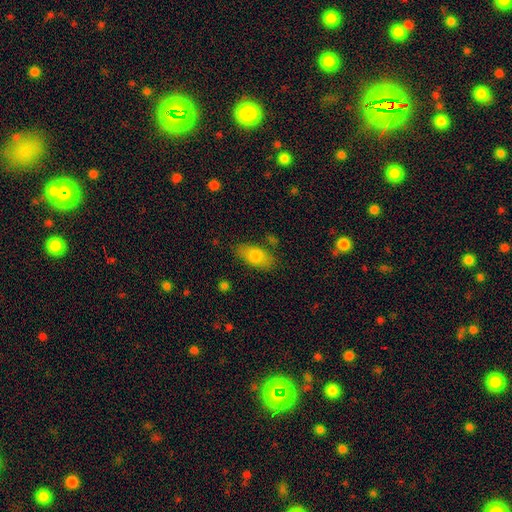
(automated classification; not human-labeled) Overall: smooth (78%). How rounded: in between (89%). Merging: none (78%).